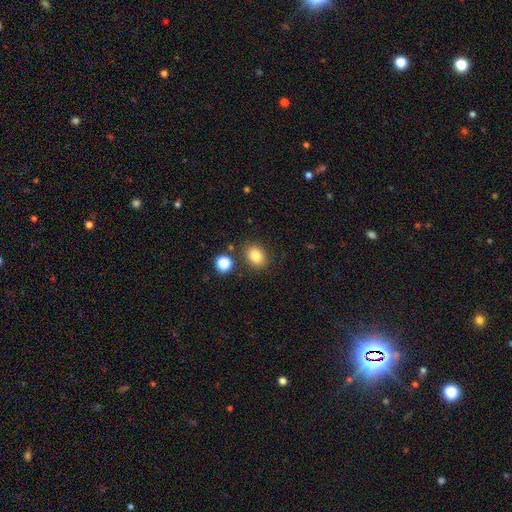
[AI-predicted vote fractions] The model was most divided on "how rounded": in between: 53%, round: 46%, cigar-shaped: 1%. More confident: merging — none (83%); smooth or featured — smooth (82%).